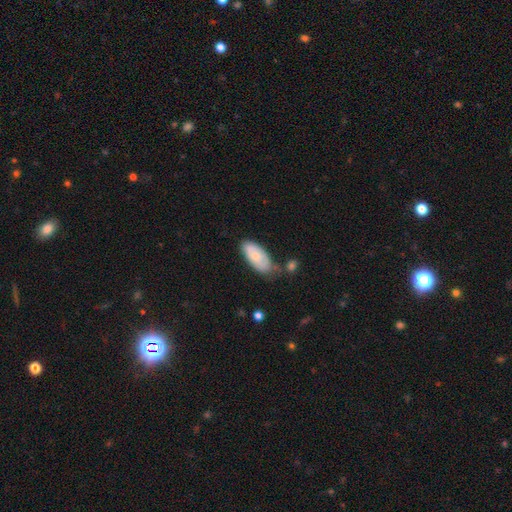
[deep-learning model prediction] Smooth or featured: smooth — 67% (featured or disk — 27%)
How rounded: in between — 90% (cigar-shaped — 7%)
Merging: none — 56% (minor disturbance — 27%)